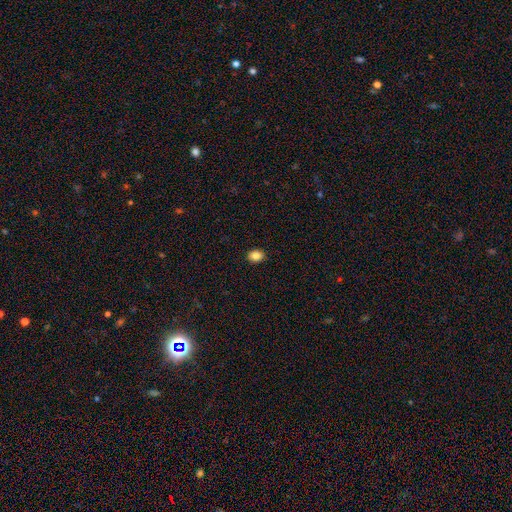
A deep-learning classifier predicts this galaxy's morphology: Overall: smooth (86%). How rounded: in between (54%; round 45%). Merging: none (90%).